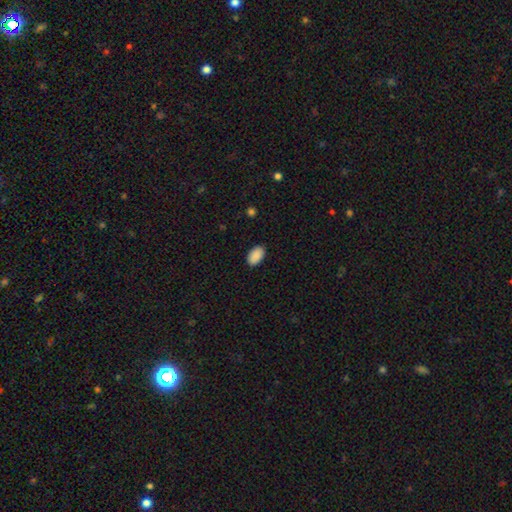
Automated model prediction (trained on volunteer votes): Smooth or featured?
  - smooth: 91% *
  - star or artifact: 7%
  - featured or disk: 2%
How rounded?
  - in between: 94% *
  - round: 4%
  - cigar-shaped: 1%
Merging?
  - none: 89% *
  - minor disturbance: 8%
  - major disturbance: 2%
  - merger: 1%